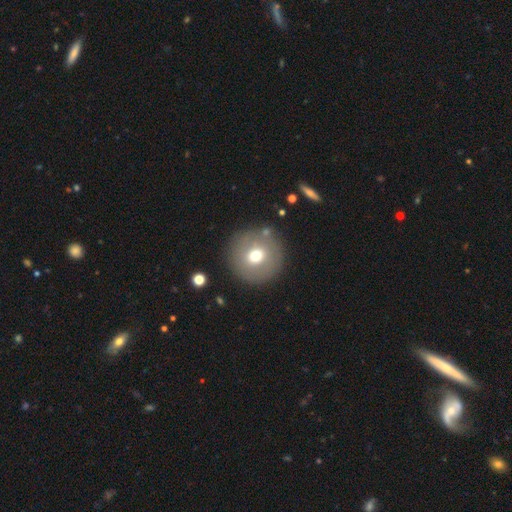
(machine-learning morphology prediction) Overall: smooth (66%). How rounded: round (95%). Merging: none (85%).